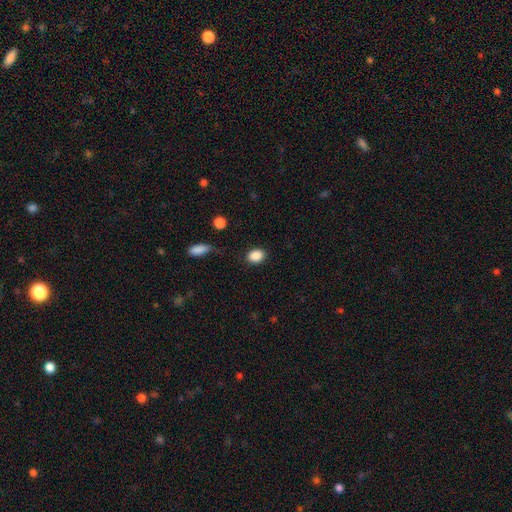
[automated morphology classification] The model was most divided on "how rounded": in between: 64%, round: 35%, cigar-shaped: 1%. More confident: smooth or featured — smooth (88%); merging — none (84%).